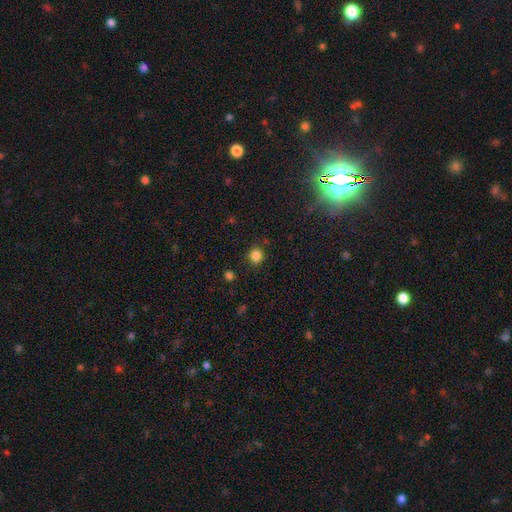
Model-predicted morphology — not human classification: type=smooth (84%); roundness=round (91%); merging=none (88%).